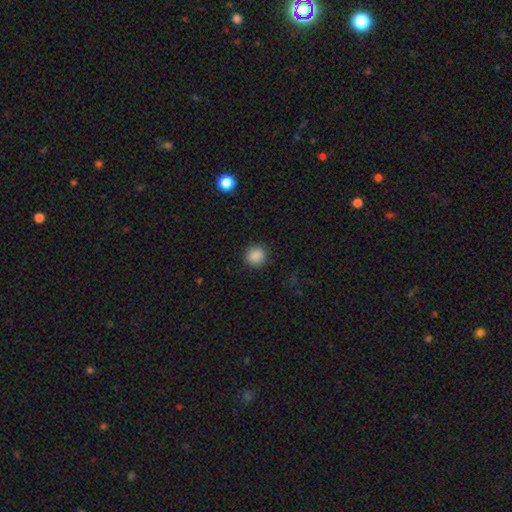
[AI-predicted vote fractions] Morphology: type=smooth (88%); roundness=round (91%); merging=none (91%).